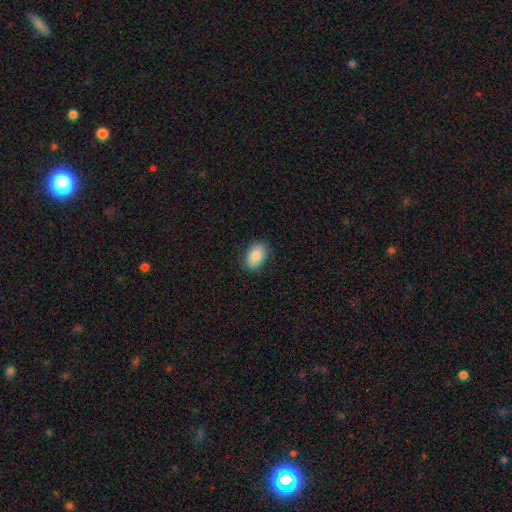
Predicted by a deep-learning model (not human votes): Smooth or featured? Predicted: smooth (p=0.84). How rounded? Predicted: in between (p=0.87). Merging? Predicted: none (p=0.86).